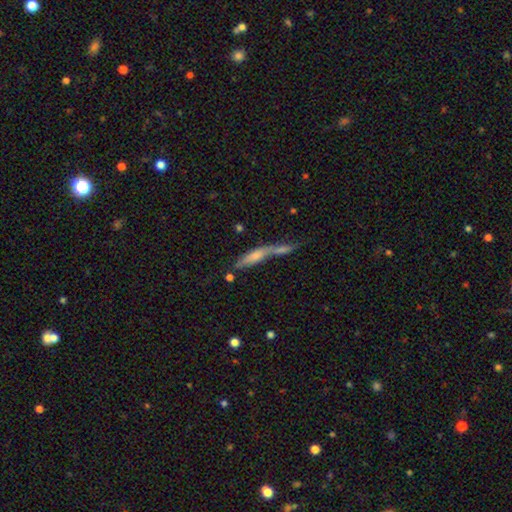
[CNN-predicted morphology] Smooth or featured?
  - smooth: 62% *
  - featured or disk: 29%
  - star or artifact: 9%
How rounded?
  - cigar-shaped: 71% *
  - in between: 26%
  - round: 3%
Merging?
  - merger: 61% *
  - none: 23%
  - minor disturbance: 9%
  - major disturbance: 8%